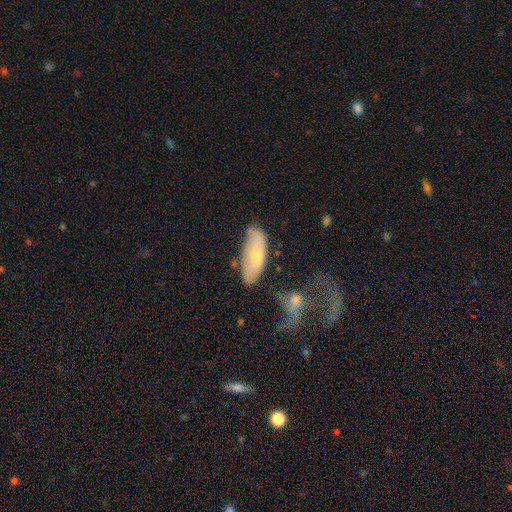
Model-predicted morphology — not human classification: Overall: smooth (55%; featured or disk 38%). How rounded: in between (80%). Merging: none (51%; minor disturbance 28%).